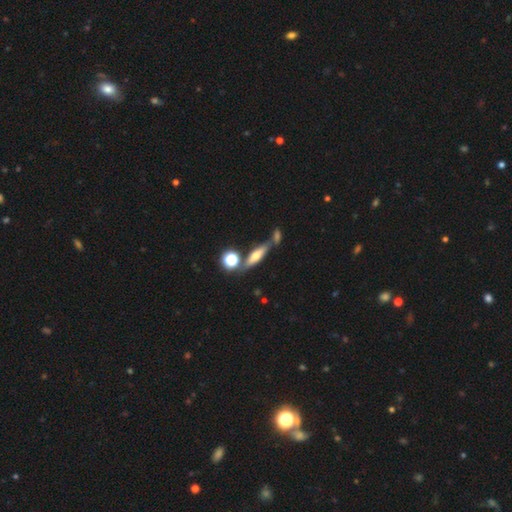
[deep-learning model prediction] A smooth galaxy with no disk features (46%).

Vote fractions:
- Smooth or featured? smooth: 46% / featured or disk: 42% / star or artifact: 12%
- Merging? none: 64% / merger: 20% / minor disturbance: 12% / major disturbance: 5%